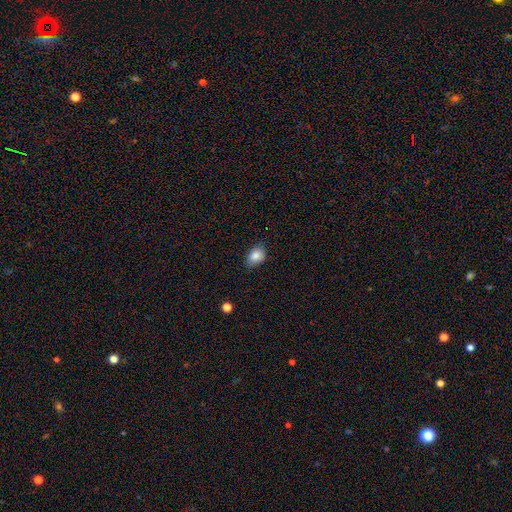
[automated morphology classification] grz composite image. It shows a smooth galaxy with no disk features (86%) that is in between round and cigar-shaped (76%). Merging: none (80%).